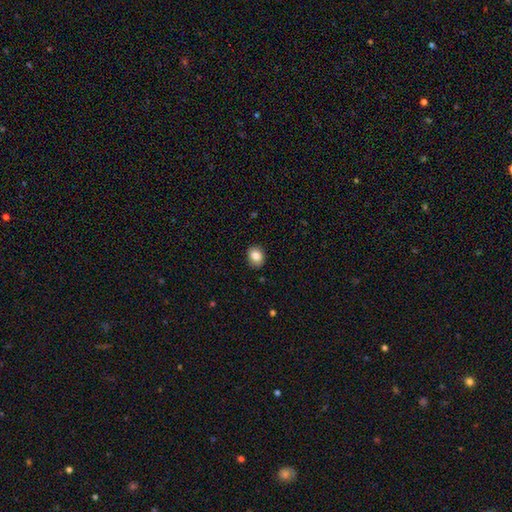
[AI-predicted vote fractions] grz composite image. It shows a smooth galaxy with no disk features (86%) that is round (51%). Merging: none (85%).